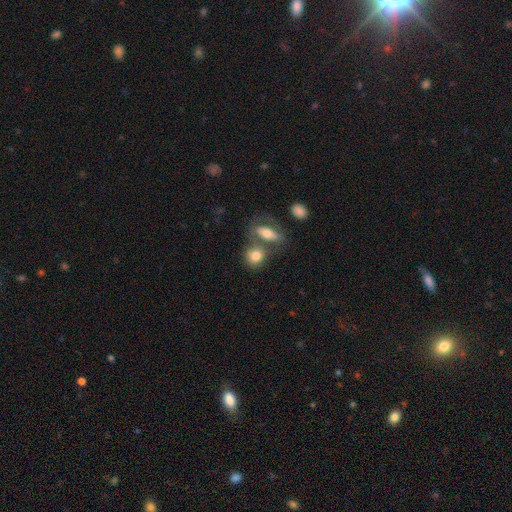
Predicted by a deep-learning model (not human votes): Morphology: type=smooth (77%); roundness=in between (50%); merging=merger (43%).